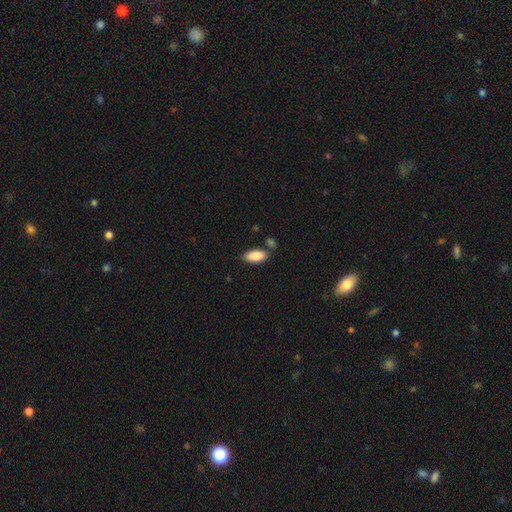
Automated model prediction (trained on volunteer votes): A smooth galaxy with no disk features (89%) that is in between round and cigar-shaped (91%).

Vote fractions:
- Smooth or featured? smooth: 89% / star or artifact: 6% / featured or disk: 5%
- How rounded? in between: 91% / cigar-shaped: 7% / round: 2%
- Merging? none: 74% / minor disturbance: 13% / merger: 10% / major disturbance: 3%